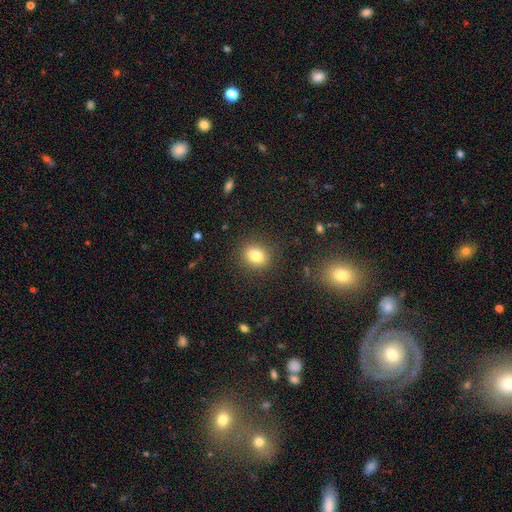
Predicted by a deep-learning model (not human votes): Q: Smooth or featured?
A: smooth (82%); runner-up: star or artifact (11%)
Q: How rounded?
A: round (54%); runner-up: in between (45%)
Q: Merging?
A: none (87%); runner-up: minor disturbance (8%)